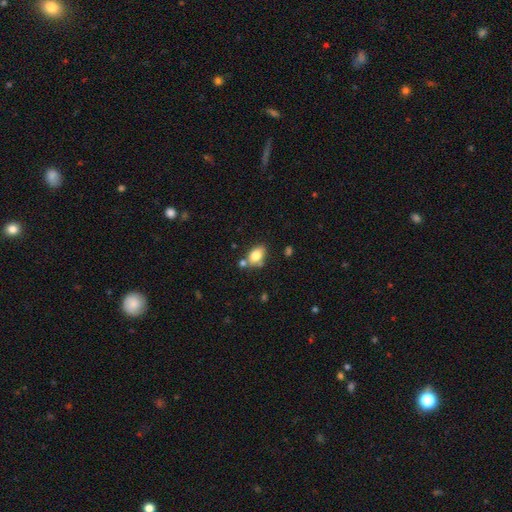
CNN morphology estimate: The model was most divided on "merging": none: 61%, minor disturbance: 17%, merger: 17%, major disturbance: 4%. More confident: how rounded — in between (83%); smooth or featured — smooth (78%).